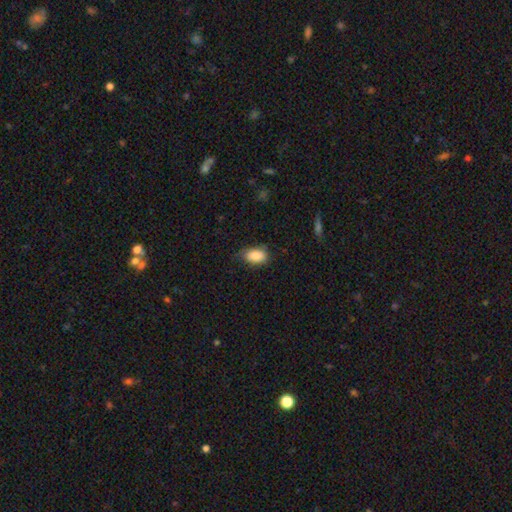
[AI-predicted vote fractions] smooth 87%, star or artifact 7%, featured or disk 6%. Down the decision tree: how rounded — in between (91%); merging — none (68%).